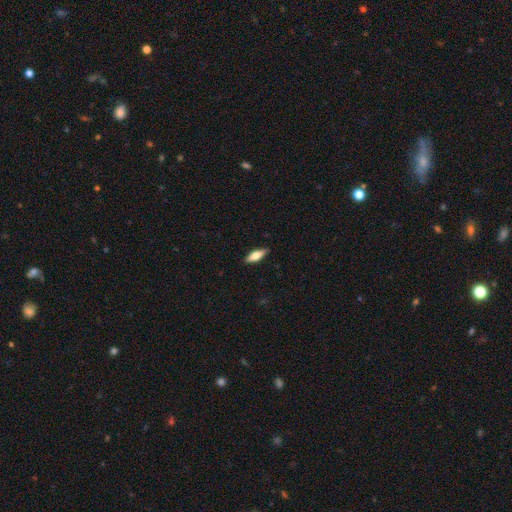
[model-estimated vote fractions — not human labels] Smooth or featured?
  - smooth: 63% *
  - featured or disk: 31%
  - star or artifact: 6%
How rounded?
  - in between: 60% *
  - cigar-shaped: 37%
  - round: 2%
Merging?
  - none: 88% *
  - minor disturbance: 9%
  - major disturbance: 2%
  - merger: 1%